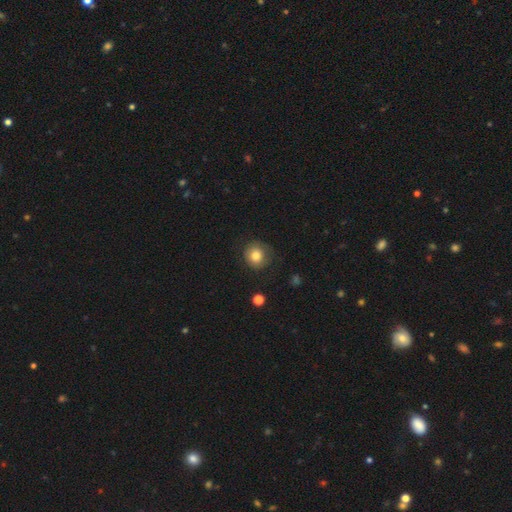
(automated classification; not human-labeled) Morphology: type=smooth (79%); roundness=round (89%); merging=none (78%).